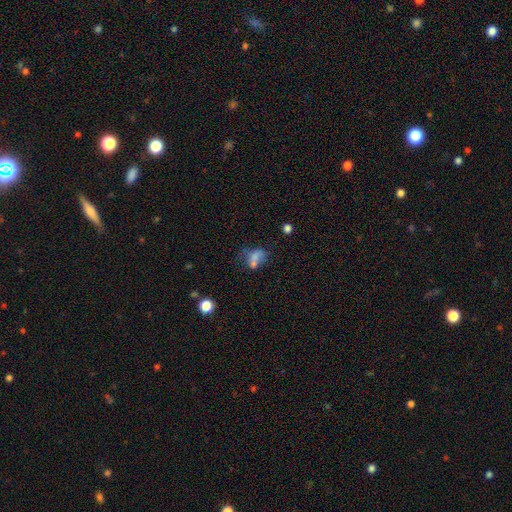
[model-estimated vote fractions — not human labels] Smooth or featured? Predicted: smooth (p=0.62). How rounded? Predicted: in between (p=0.73). Merging? Predicted: merger (p=0.34).